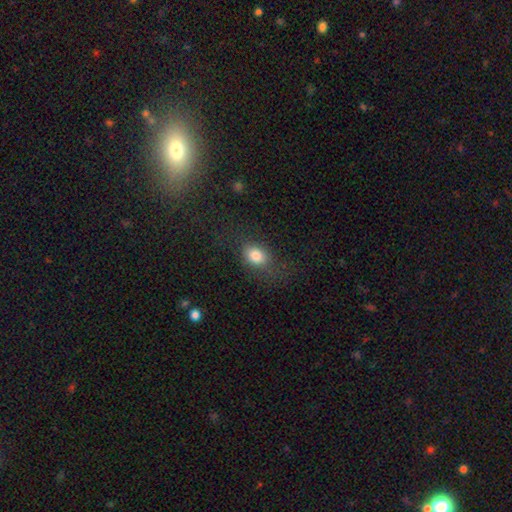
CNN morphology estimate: The model was most divided on "how rounded": in between: 66%, round: 32%, cigar-shaped: 2%. More confident: smooth or featured — smooth (81%); merging — none (68%).